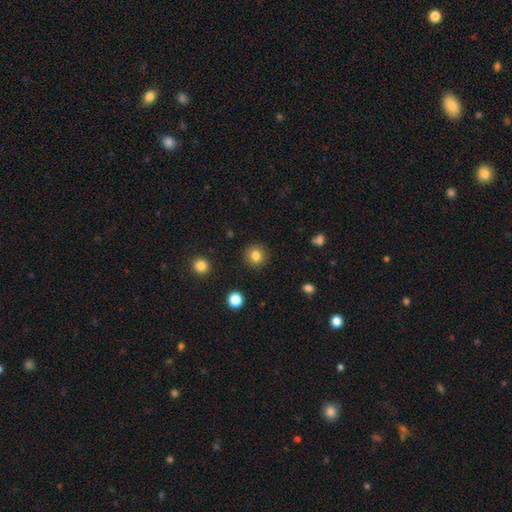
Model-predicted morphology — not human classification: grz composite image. It shows a smooth galaxy with no disk features (82%) that is round (92%). Merging: none (90%).